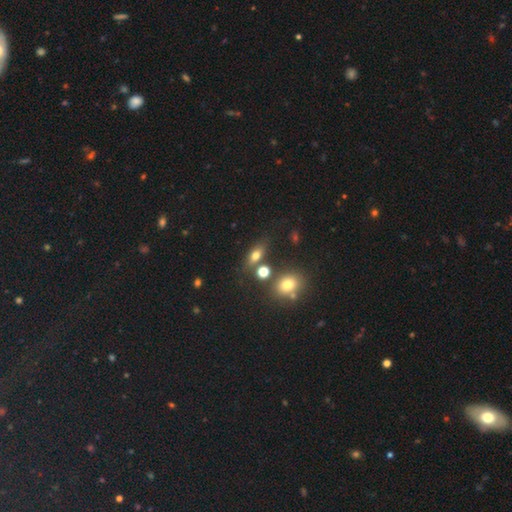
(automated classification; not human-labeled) A smooth galaxy with no disk features (69%) that is in between round and cigar-shaped (68%).

Vote fractions:
- Smooth or featured? smooth: 69% / featured or disk: 16% / star or artifact: 15%
- How rounded? in between: 68% / round: 20% / cigar-shaped: 12%
- Merging? none: 68% / merger: 14% / minor disturbance: 13% / major disturbance: 5%